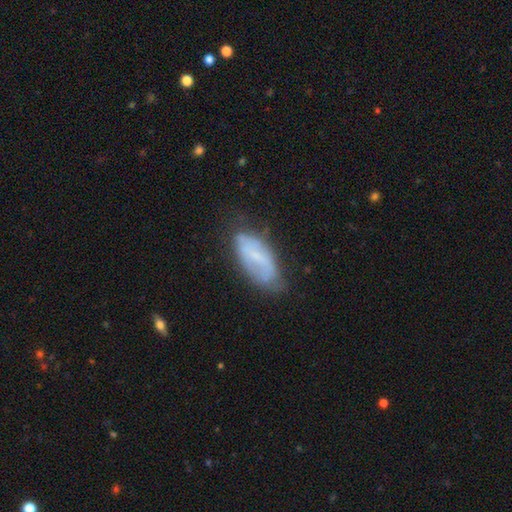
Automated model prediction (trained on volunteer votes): Q: Smooth or featured?
A: smooth (49%); runner-up: featured or disk (43%)
Q: Merging?
A: none (60%); runner-up: minor disturbance (28%)